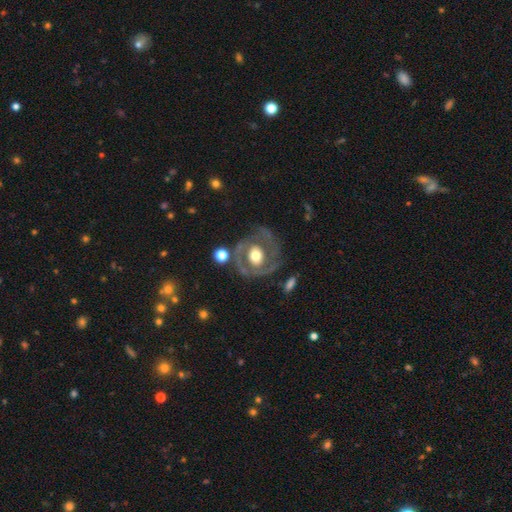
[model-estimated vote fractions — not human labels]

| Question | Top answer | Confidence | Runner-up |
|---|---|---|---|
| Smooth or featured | featured or disk | 73% | smooth (21%) |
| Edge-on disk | no | 96% | yes (4%) |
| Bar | no | 70% | weak (21%) |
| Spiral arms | yes | 59% | no (41%) |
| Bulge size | moderate | 51% | large (39%) |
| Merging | none | 65% | minor disturbance (17%) |